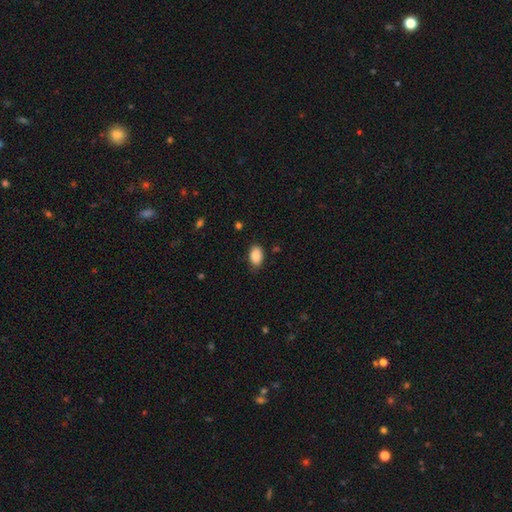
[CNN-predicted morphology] smooth_or_featured: smooth (p=0.89) [alt: star or artifact p=0.07]
how_rounded: in between (p=0.90) [alt: round p=0.08]
merging: none (p=0.81) [alt: minor disturbance p=0.15]